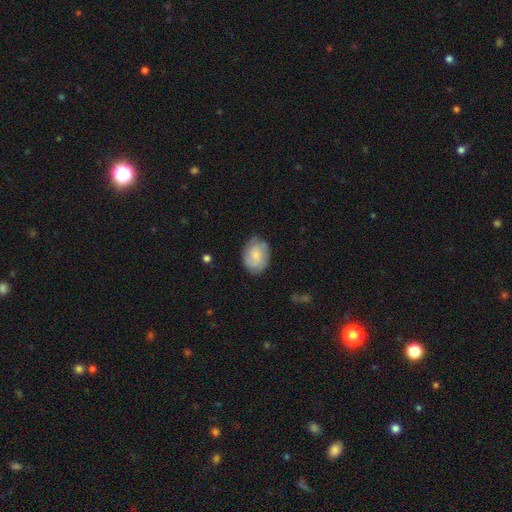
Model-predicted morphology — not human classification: Smooth or featured? smooth (58%)
How rounded? in between (66%)
Merging? none (74%)